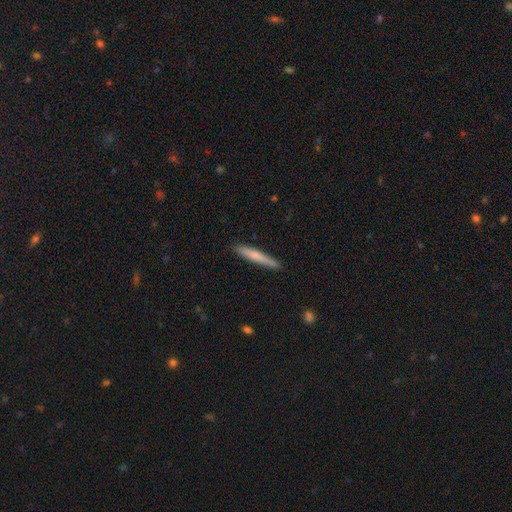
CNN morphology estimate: Overall: smooth (67%; featured or disk 28%). How rounded: cigar-shaped (95%). Merging: none (87%).